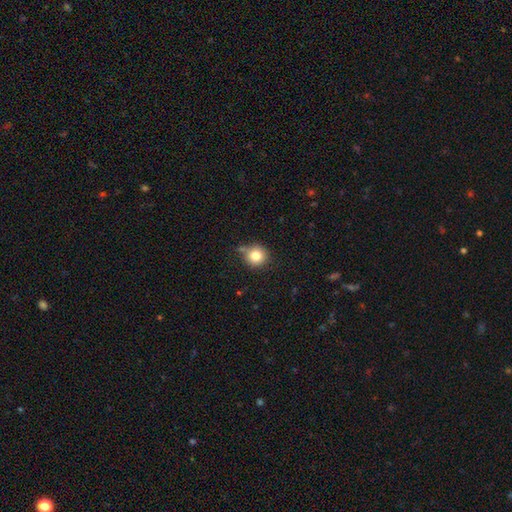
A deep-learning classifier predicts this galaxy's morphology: Smooth or featured?
  - smooth: 81% *
  - star or artifact: 11%
  - featured or disk: 8%
How rounded?
  - round: 93% *
  - in between: 6%
  - cigar-shaped: 1%
Merging?
  - none: 73% *
  - minor disturbance: 16%
  - merger: 7%
  - major disturbance: 4%